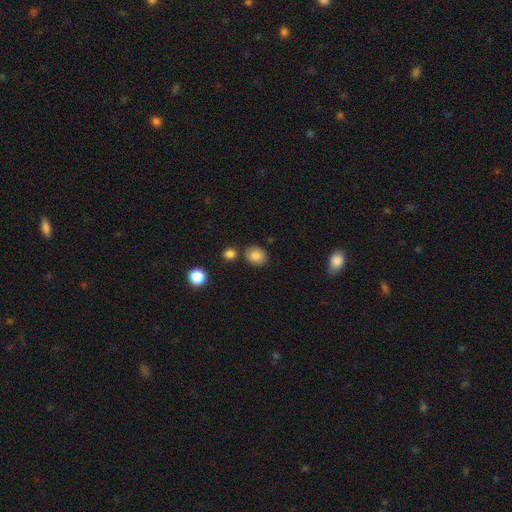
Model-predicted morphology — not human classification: smooth_or_featured: smooth (p=0.84) [alt: star or artifact p=0.10]
how_rounded: round (p=0.59) [alt: in between p=0.40]
merging: none (p=0.79) [alt: minor disturbance p=0.10]